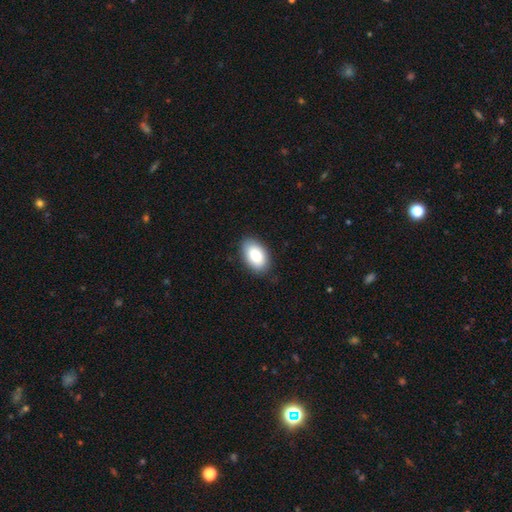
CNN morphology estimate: This appears to be a smooth galaxy with no disk features (82%) that is in between round and cigar-shaped (92%). Merging: none (86%).